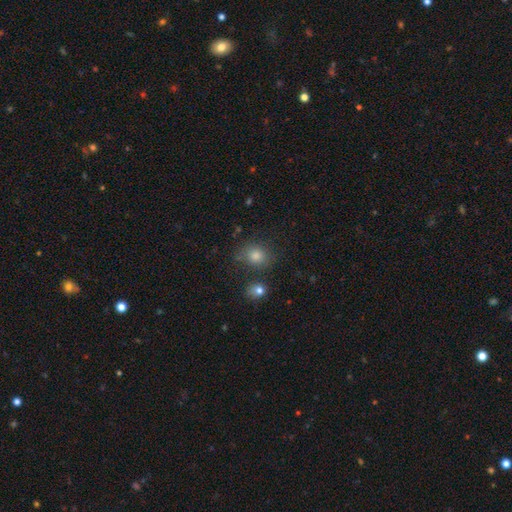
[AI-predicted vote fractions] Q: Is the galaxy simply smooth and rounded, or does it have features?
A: smooth — 77%.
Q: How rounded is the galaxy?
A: round — 64%.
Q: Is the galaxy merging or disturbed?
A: none — 74%.